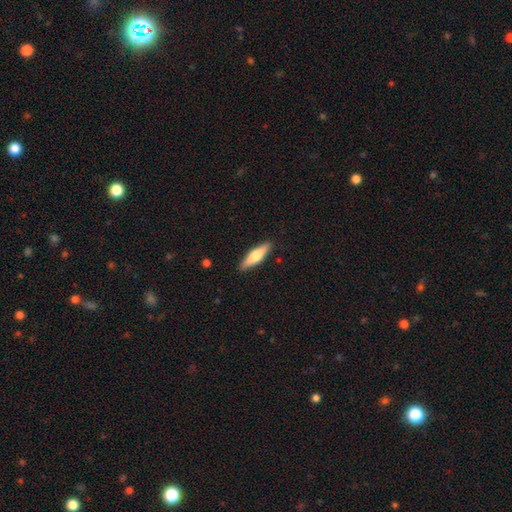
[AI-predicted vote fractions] Smooth or featured? Predicted: smooth (p=0.55). How rounded? Predicted: cigar-shaped (p=0.66). Merging? Predicted: none (p=0.90).